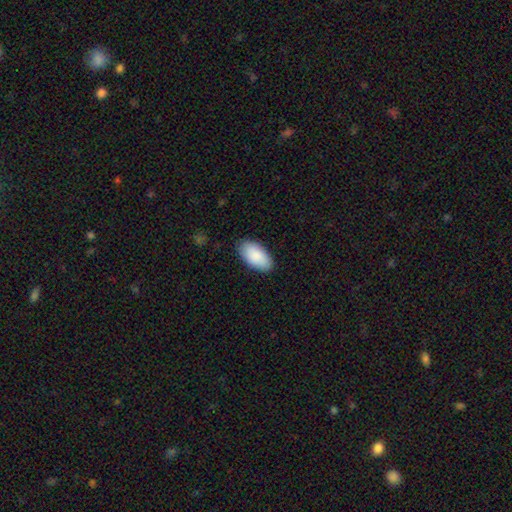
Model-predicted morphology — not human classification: Smooth or featured?
  - smooth: 89% *
  - featured or disk: 6%
  - star or artifact: 5%
How rounded?
  - in between: 95% *
  - cigar-shaped: 3%
  - round: 2%
Merging?
  - none: 86% *
  - minor disturbance: 11%
  - major disturbance: 2%
  - merger: 1%